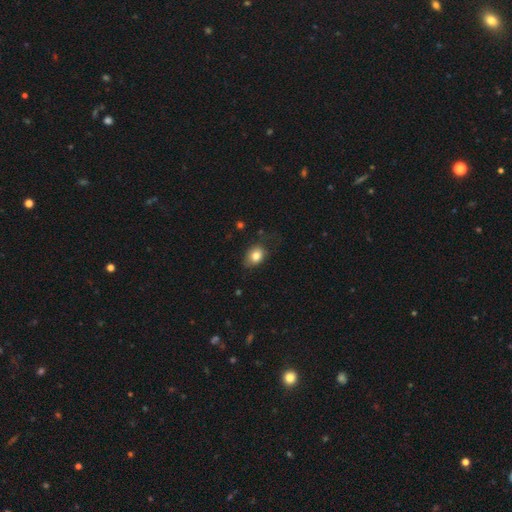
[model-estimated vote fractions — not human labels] Smooth or featured? smooth (81%)
How rounded? in between (64%)
Merging? none (68%)